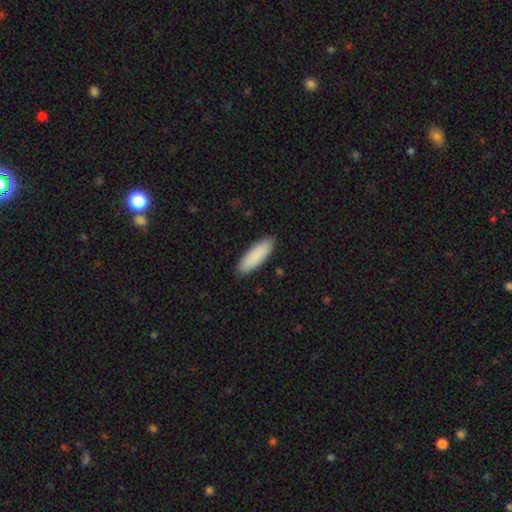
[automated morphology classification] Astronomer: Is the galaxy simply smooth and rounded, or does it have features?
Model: smooth — 89%.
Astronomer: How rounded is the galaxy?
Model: in between — 57% (runner-up: cigar-shaped, 42%).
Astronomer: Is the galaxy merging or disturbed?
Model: none — 89%.